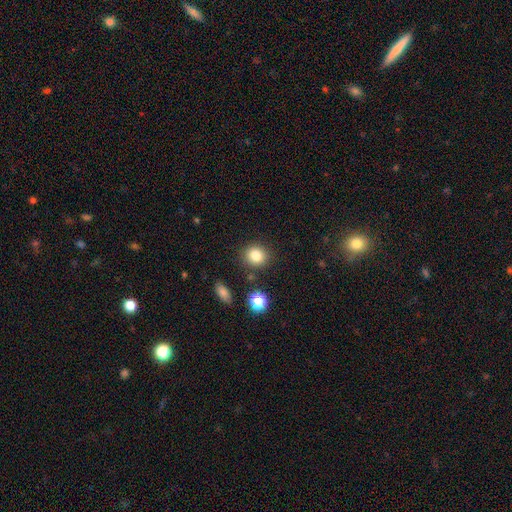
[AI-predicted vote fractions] smooth 82%, star or artifact 12%, featured or disk 6%. Down the decision tree: how rounded — round (80%); merging — none (85%).